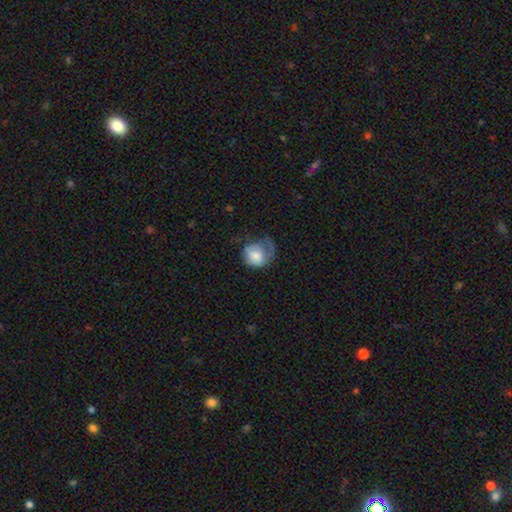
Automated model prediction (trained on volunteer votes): This is likely a smooth galaxy (68%). How rounded: likely round (64%). Merging: marginally major disturbance (43%).